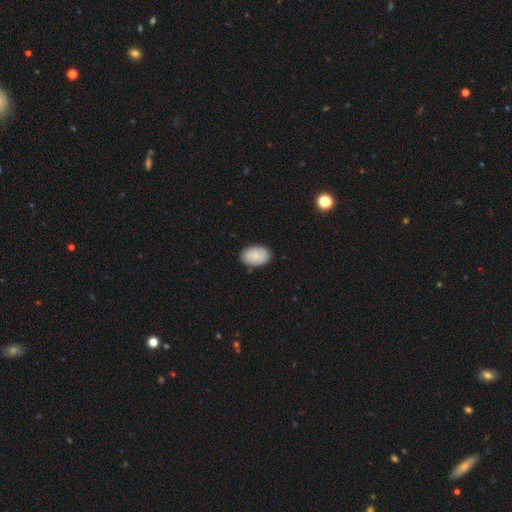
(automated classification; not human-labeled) This is clearly a smooth galaxy (85%). How rounded: clearly in between (88%). Merging: clearly none (86%).